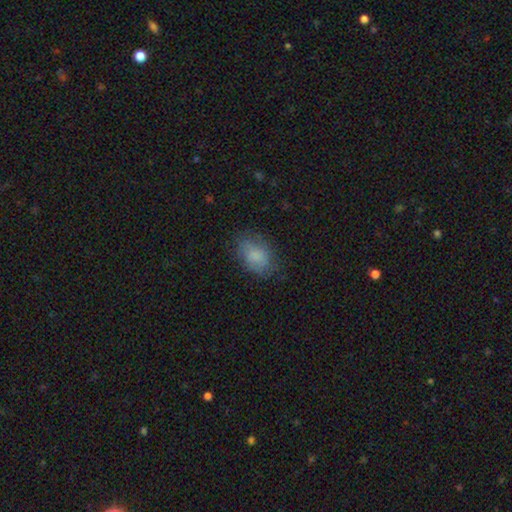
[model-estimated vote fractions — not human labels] This appears to be a smooth galaxy with no disk features (81%) that is in between round and cigar-shaped (83%). Merging: none (72%).